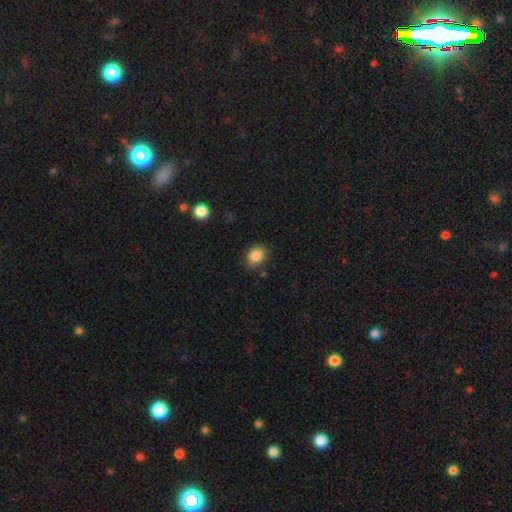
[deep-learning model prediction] A smooth galaxy with no disk features (87%) that is in between round and cigar-shaped (54%). Merging: none (83%).